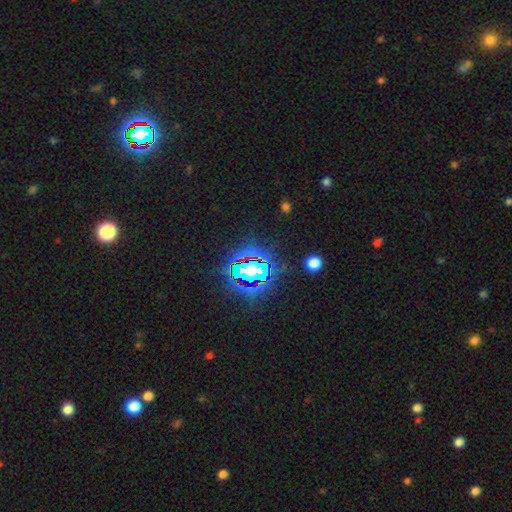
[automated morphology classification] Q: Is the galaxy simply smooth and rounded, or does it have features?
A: star or artifact — 84%.